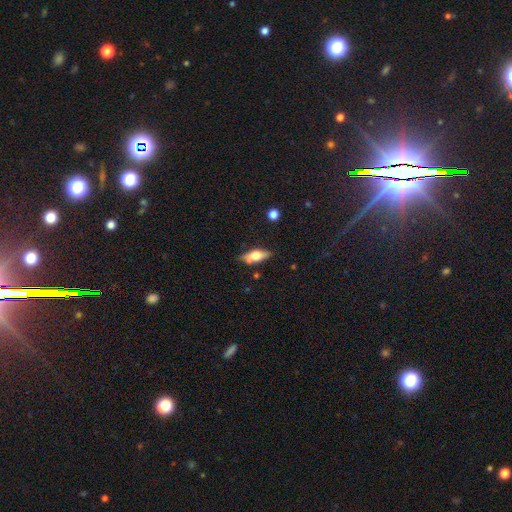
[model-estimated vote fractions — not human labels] smooth_or_featured: smooth (p=0.59) [alt: featured or disk p=0.34]
how_rounded: in between (p=0.72) [alt: cigar-shaped p=0.25]
merging: none (p=0.74) [alt: minor disturbance p=0.18]